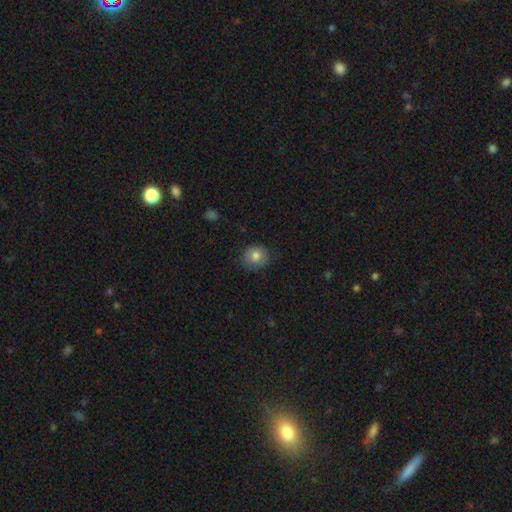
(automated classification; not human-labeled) Overall: smooth (78%). How rounded: round (80%). Merging: none (79%).